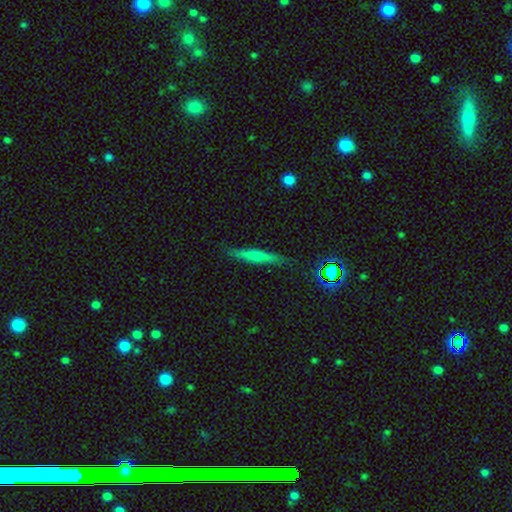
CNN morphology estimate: This is possibly a smooth galaxy (53%). How rounded: clearly cigar-shaped (90%). Merging: clearly none (86%).